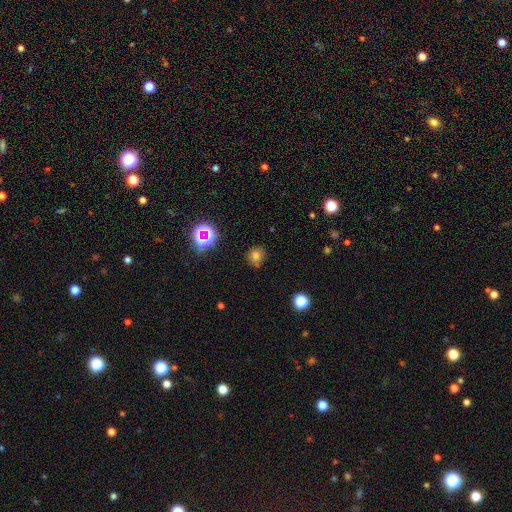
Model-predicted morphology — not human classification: Smooth or featured?
  - smooth: 69% *
  - star or artifact: 22%
  - featured or disk: 9%
How rounded?
  - round: 85% *
  - in between: 14%
  - cigar-shaped: 1%
Merging?
  - none: 81% *
  - minor disturbance: 12%
  - merger: 3%
  - major disturbance: 3%